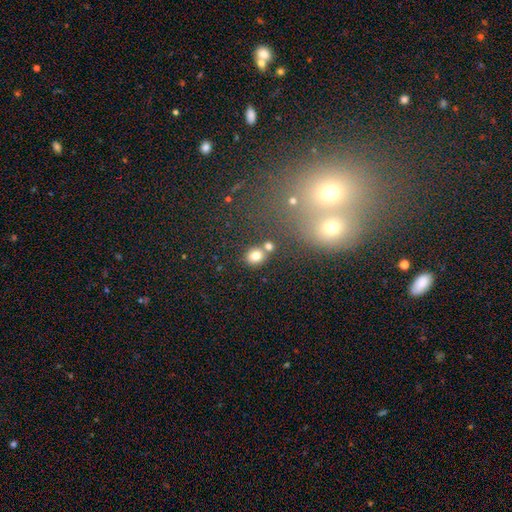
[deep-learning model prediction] A smooth galaxy with no disk features (79%) that is round (69%). Merging: none (69%).